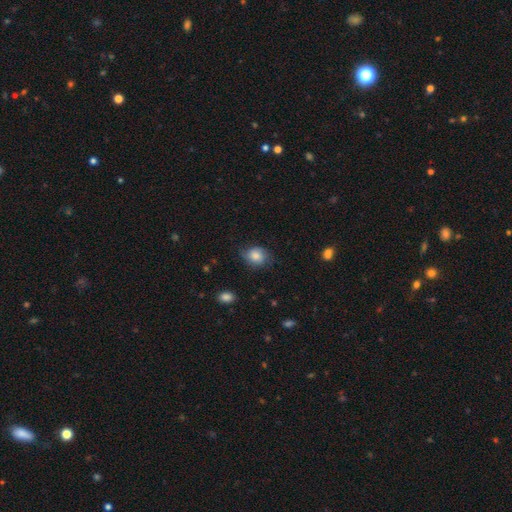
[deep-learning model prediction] This appears to be a smooth galaxy with no disk features (73%) that is round (61%). Merging: none (64%).